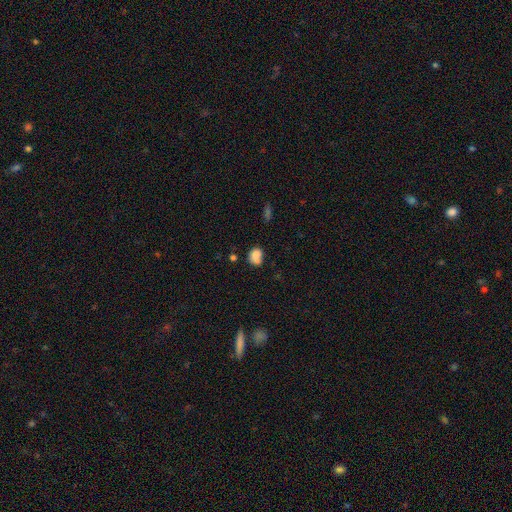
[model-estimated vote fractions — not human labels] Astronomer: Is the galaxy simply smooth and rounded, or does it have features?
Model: smooth — 79%.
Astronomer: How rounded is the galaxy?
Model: round — 50% (runner-up: in between, 49%).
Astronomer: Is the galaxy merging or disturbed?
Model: none — 40% (runner-up: merger, 31%).